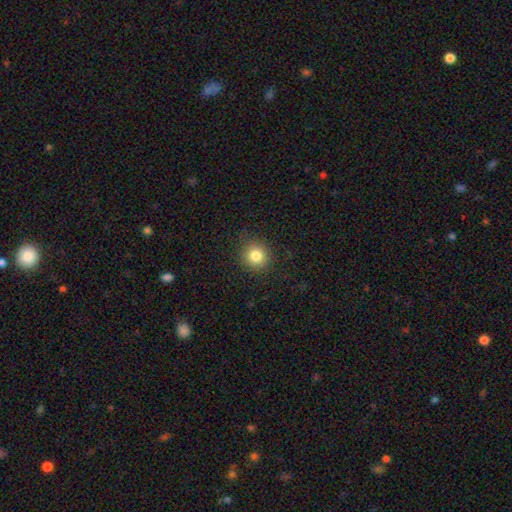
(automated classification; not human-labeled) smooth_or_featured: smooth (p=0.82) [alt: star or artifact p=0.11]
how_rounded: round (p=0.91) [alt: in between p=0.08]
merging: none (p=0.89) [alt: minor disturbance p=0.08]